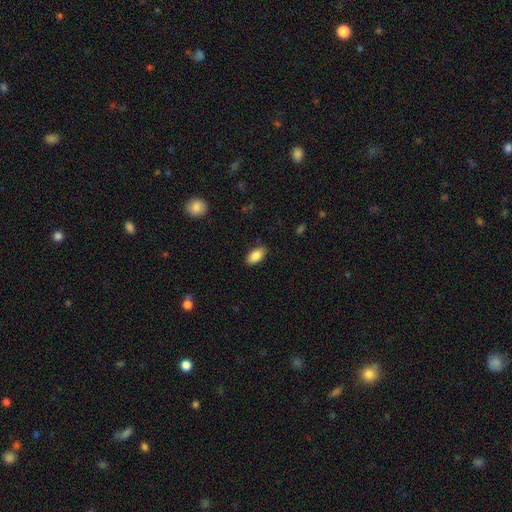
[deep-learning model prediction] smooth 87%, star or artifact 7%, featured or disk 6%. Down the decision tree: how rounded — in between (93%); merging — none (85%).